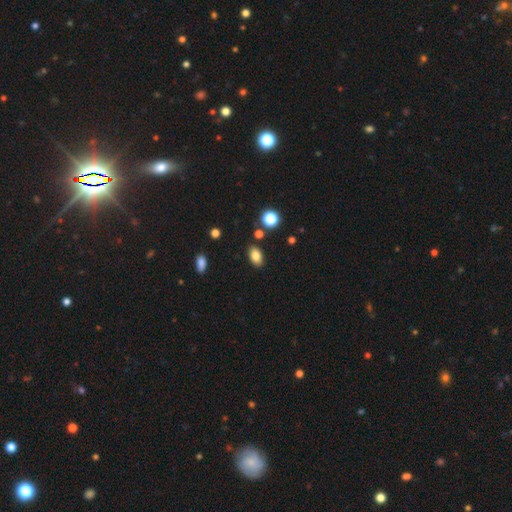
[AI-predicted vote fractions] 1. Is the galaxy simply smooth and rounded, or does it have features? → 82% smooth, 11% star or artifact, 7% featured or disk.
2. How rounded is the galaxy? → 88% in between, 10% round, 2% cigar-shaped.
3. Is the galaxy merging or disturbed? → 85% none, 9% minor disturbance, 3% merger, 2% major disturbance.